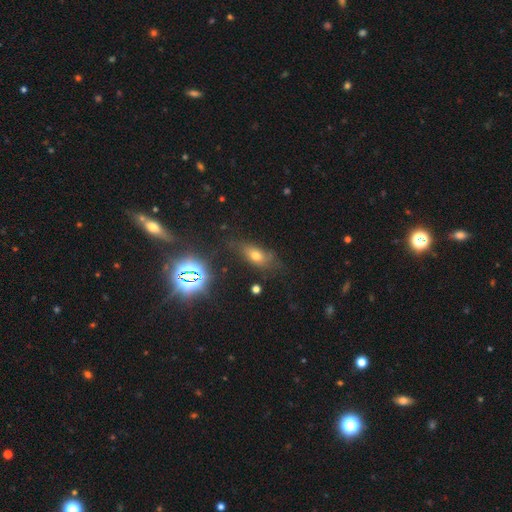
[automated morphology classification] Smooth or featured?
  - smooth: 58% *
  - star or artifact: 24%
  - featured or disk: 18%
How rounded?
  - in between: 77% *
  - cigar-shaped: 13%
  - round: 11%
Merging?
  - none: 63% *
  - minor disturbance: 23%
  - major disturbance: 10%
  - merger: 4%